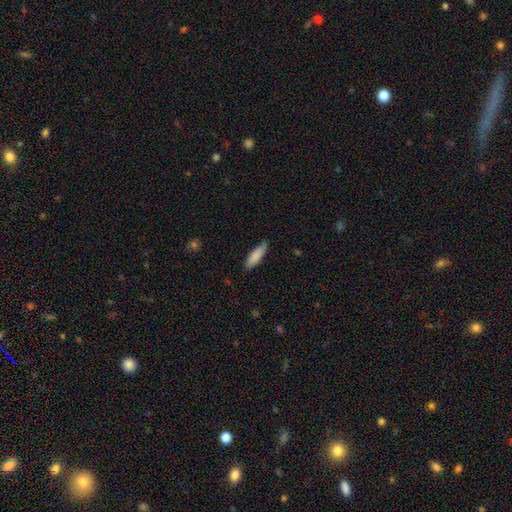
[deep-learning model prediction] This appears to be a smooth galaxy with no disk features (86%) that is cigar-shaped (59%). Merging: none (77%).